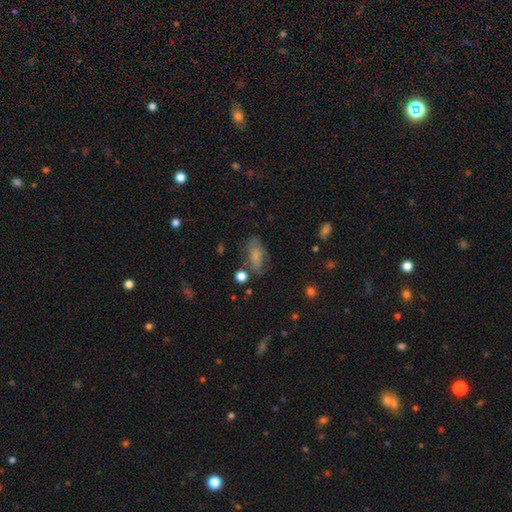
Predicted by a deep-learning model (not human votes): A smooth galaxy with no disk features (67%) that is in between round and cigar-shaped (82%).

Vote fractions:
- Smooth or featured? smooth: 67% / featured or disk: 23% / star or artifact: 10%
- How rounded? in between: 82% / cigar-shaped: 12% / round: 6%
- Merging? none: 58% / minor disturbance: 25% / major disturbance: 11% / merger: 6%